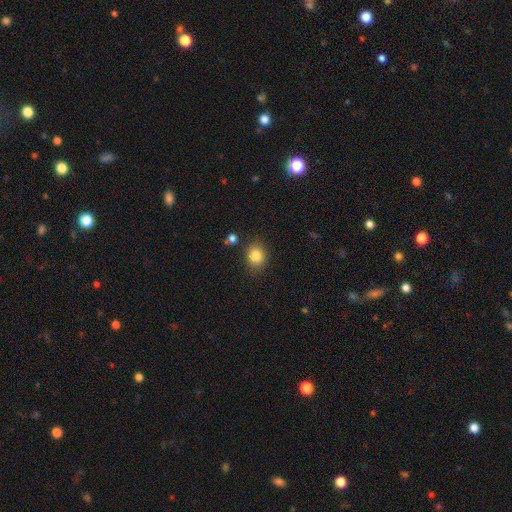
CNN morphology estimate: Smooth or featured? smooth (83%)
How rounded? round (62%)
Merging? none (81%)